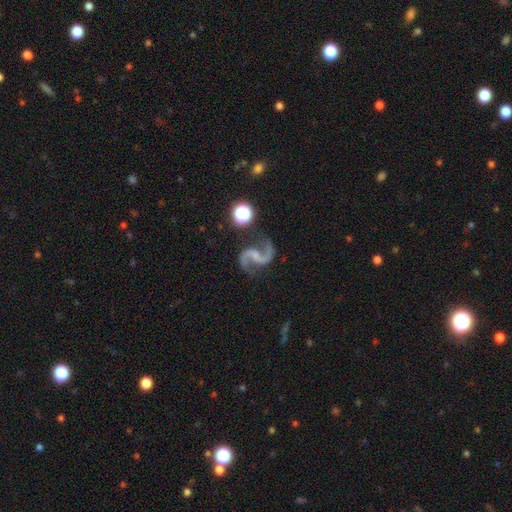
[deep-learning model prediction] smooth_or_featured: featured or disk (p=0.92) [alt: star or artifact p=0.05]
disk_edge_on: no (p=0.98) [alt: yes p=0.02]
bar: weak (p=0.43) [alt: no p=0.35]
has_spiral_arms: yes (p=0.98) [alt: no p=0.02]
spiral_winding: loose (p=0.51) [alt: medium p=0.43]
spiral_arm_count: 2 (p=0.94) [alt: 1 p=0.01]
bulge_size: none (p=0.52) [alt: small p=0.33]
merging: none (p=0.78) [alt: minor disturbance p=0.13]